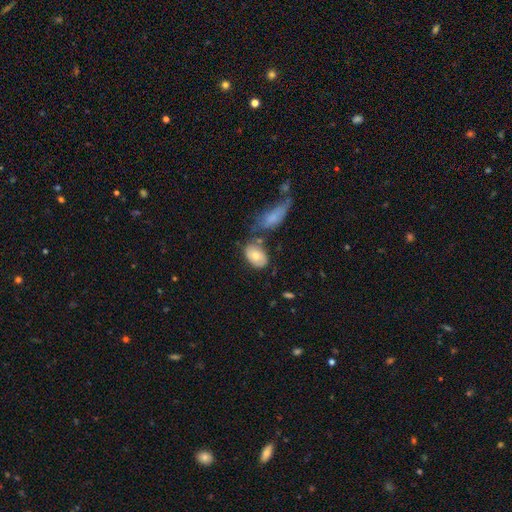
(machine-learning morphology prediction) Smooth or featured?
  - smooth: 71% *
  - featured or disk: 23%
  - star or artifact: 7%
How rounded?
  - in between: 89% *
  - round: 9%
  - cigar-shaped: 2%
Merging?
  - none: 50% *
  - minor disturbance: 21%
  - merger: 20%
  - major disturbance: 8%